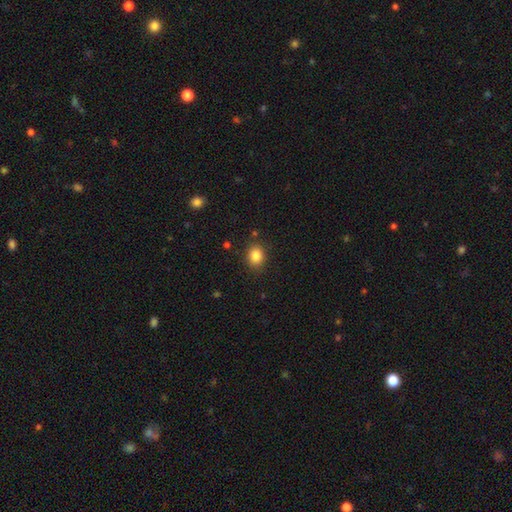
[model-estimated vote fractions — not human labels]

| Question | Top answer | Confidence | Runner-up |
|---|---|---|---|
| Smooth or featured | smooth | 85% | star or artifact (10%) |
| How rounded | round | 55% | in between (44%) |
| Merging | none | 86% | minor disturbance (9%) |